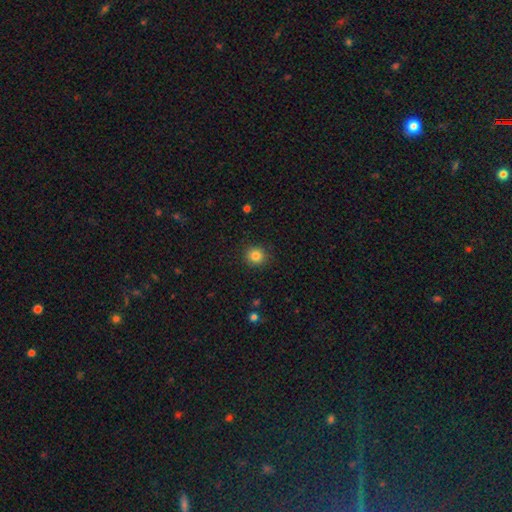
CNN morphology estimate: Smooth or featured: smooth — 83% (star or artifact — 12%)
How rounded: round — 91% (in between — 8%)
Merging: none — 90% (minor disturbance — 7%)